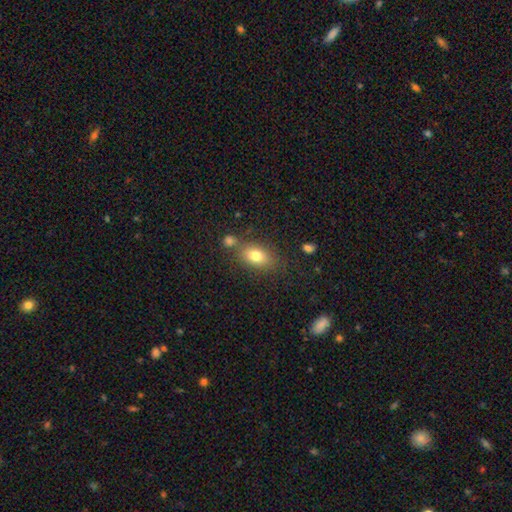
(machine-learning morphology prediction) smooth-or-featured: smooth: 78% | featured or disk: 12% | star or artifact: 10%
  how-rounded: in between: 81% | round: 17% | cigar-shaped: 3%
  merging: none: 67% | merger: 14% | minor disturbance: 14% | major disturbance: 5%